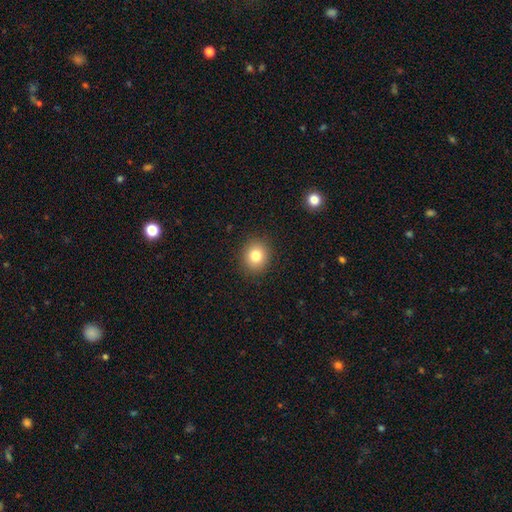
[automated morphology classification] This appears to be a smooth galaxy with no disk features (81%) that is round (80%). Merging: none (90%).